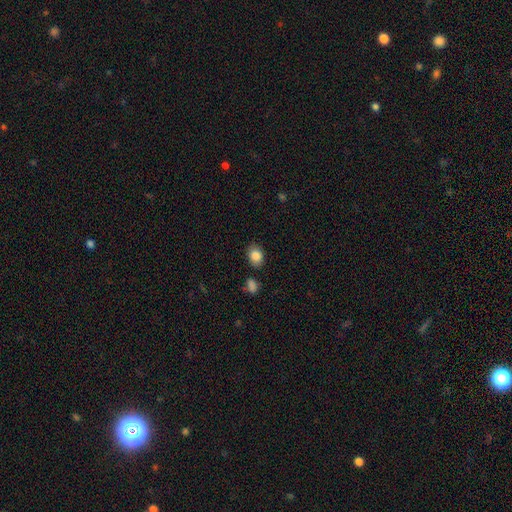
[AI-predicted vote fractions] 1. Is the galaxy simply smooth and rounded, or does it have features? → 86% smooth, 9% star or artifact, 6% featured or disk.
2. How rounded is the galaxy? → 69% in between, 30% round, 1% cigar-shaped.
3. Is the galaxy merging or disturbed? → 80% none, 13% minor disturbance, 4% merger, 3% major disturbance.